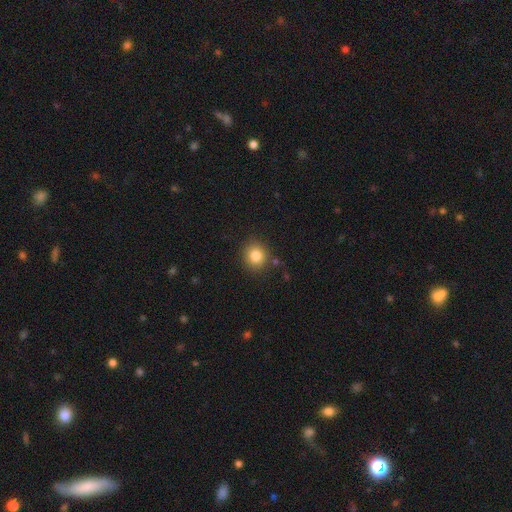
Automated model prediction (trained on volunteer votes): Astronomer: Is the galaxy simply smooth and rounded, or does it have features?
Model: smooth — 82%.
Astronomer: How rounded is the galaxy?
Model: round — 86%.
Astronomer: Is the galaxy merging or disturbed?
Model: none — 84%.